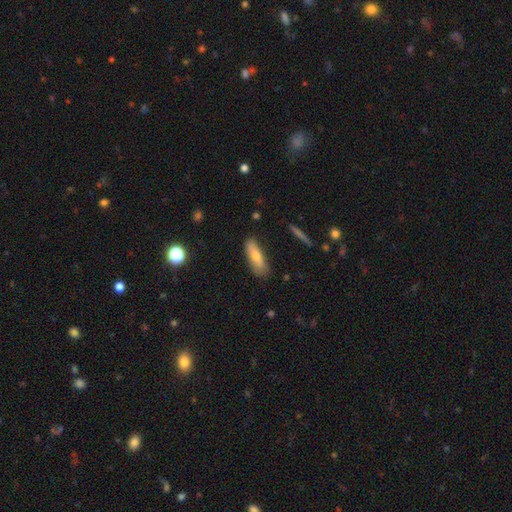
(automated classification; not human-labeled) The model was most divided on "how rounded": in between: 50%, cigar-shaped: 48%, round: 2%. More confident: merging — none (80%); smooth or featured — smooth (69%).